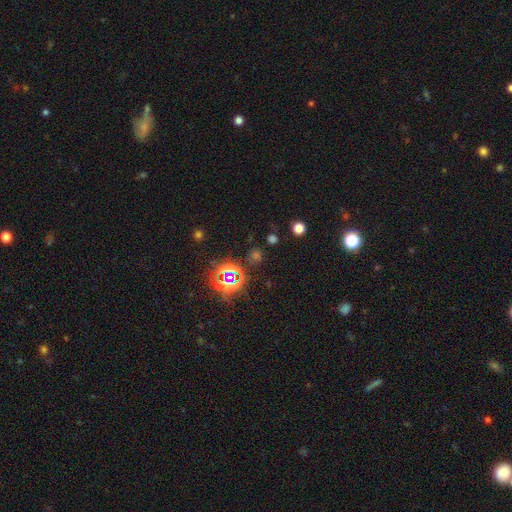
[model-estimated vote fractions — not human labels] This appears to be a star or artifact, not a galaxy (65%).